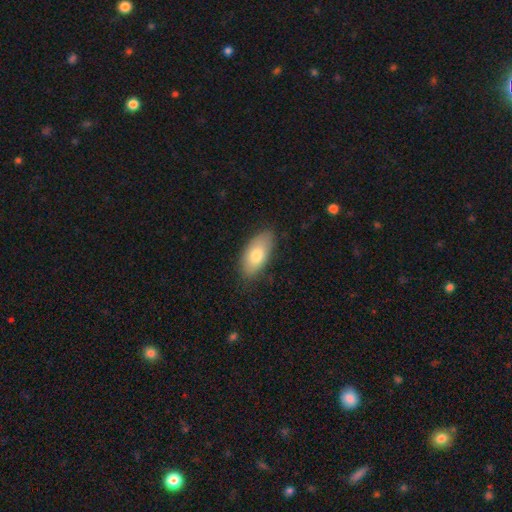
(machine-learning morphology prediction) Smooth or featured: smooth — 77% (featured or disk — 17%)
How rounded: in between — 92% (cigar-shaped — 5%)
Merging: none — 80% (minor disturbance — 16%)